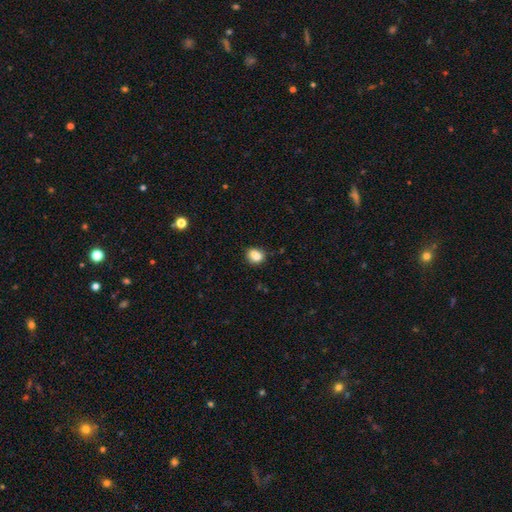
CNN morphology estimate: This is likely a smooth galaxy (79%). How rounded: likely round (64%). Merging: possibly none (55%).